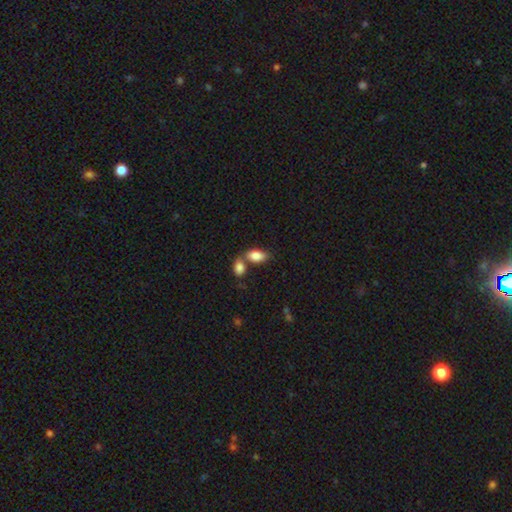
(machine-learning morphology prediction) Q: Smooth or featured?
A: smooth (85%); runner-up: featured or disk (7%)
Q: How rounded?
A: in between (92%); runner-up: round (6%)
Q: Merging?
A: merger (45%); runner-up: none (41%)